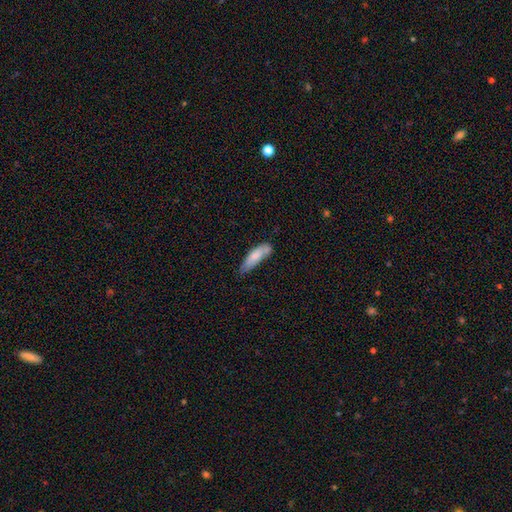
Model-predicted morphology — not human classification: smooth 76%, featured or disk 18%, star or artifact 6%. Down the decision tree: how rounded — cigar-shaped (50%); merging — none (47%).